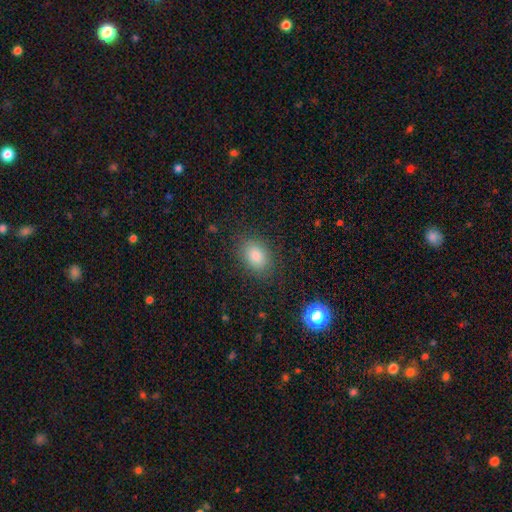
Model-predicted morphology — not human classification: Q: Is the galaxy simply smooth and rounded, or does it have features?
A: smooth — 82%.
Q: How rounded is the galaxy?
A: in between — 71%.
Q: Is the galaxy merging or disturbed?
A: none — 85%.